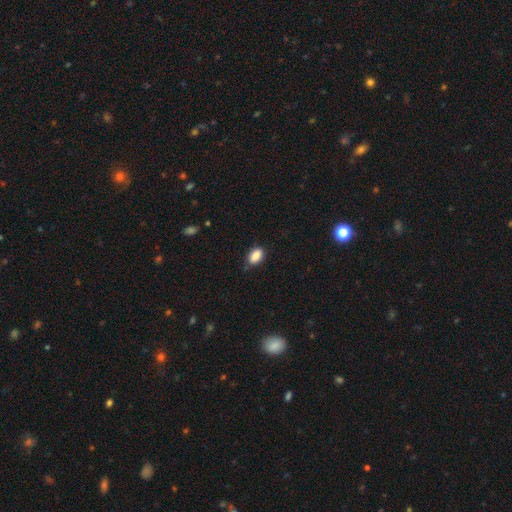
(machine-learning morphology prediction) A smooth galaxy with no disk features (87%) that is in between round and cigar-shaped (88%). Merging: none (72%).